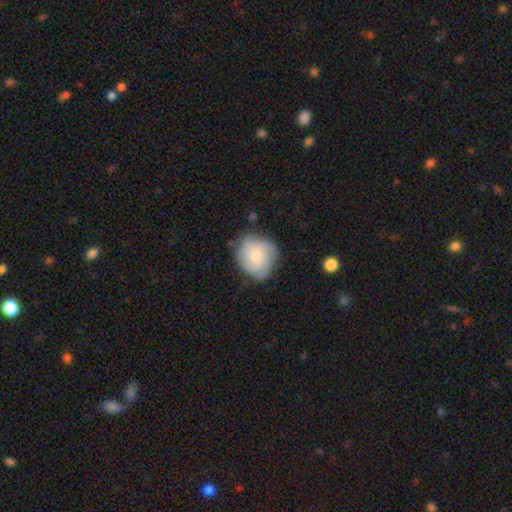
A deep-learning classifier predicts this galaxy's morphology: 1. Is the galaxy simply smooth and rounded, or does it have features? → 51% featured or disk, 42% smooth, 7% star or artifact.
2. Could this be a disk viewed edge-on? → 97% no, 3% yes.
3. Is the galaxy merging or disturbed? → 65% none, 25% minor disturbance, 8% major disturbance, 2% merger.